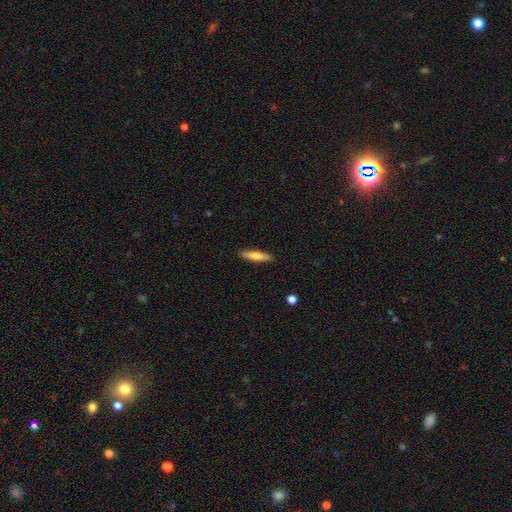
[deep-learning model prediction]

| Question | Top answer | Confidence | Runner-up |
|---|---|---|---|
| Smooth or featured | smooth | 68% | featured or disk (26%) |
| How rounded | cigar-shaped | 81% | in between (18%) |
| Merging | none | 90% | minor disturbance (7%) |